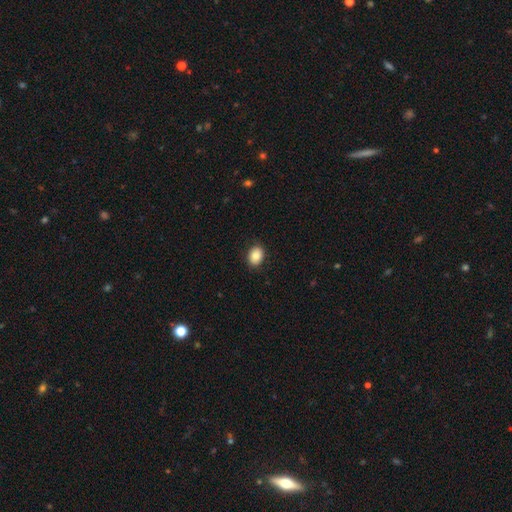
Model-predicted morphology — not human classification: smooth_or_featured: smooth (p=0.85) [alt: star or artifact p=0.08]
how_rounded: in between (p=0.66) [alt: round p=0.33]
merging: none (p=0.88) [alt: minor disturbance p=0.09]